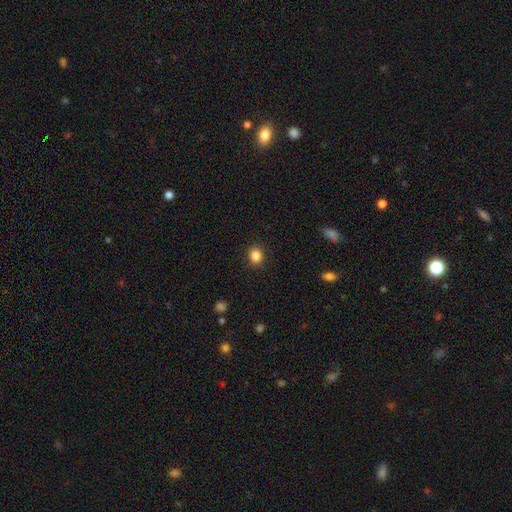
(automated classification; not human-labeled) The model was most divided on "how rounded": round: 74%, in between: 25%, cigar-shaped: 1%. More confident: merging — none (90%); smooth or featured — smooth (85%).